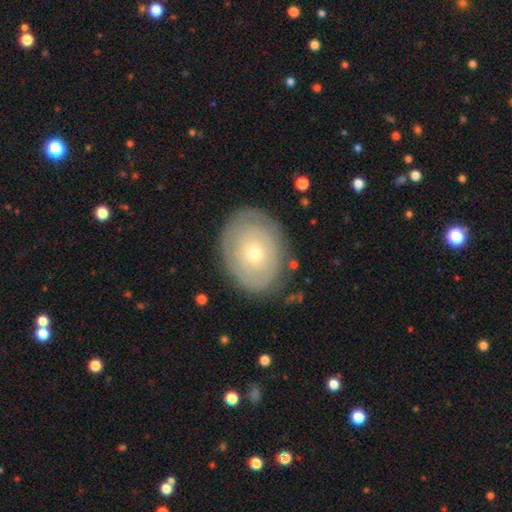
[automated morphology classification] A featured or disk galaxy (53%).

Vote fractions:
- Smooth or featured? featured or disk: 53% / smooth: 39% / star or artifact: 8%
- Edge-on disk? no: 94% / yes: 6%
- Merging? none: 81% / minor disturbance: 13% / major disturbance: 4% / merger: 1%